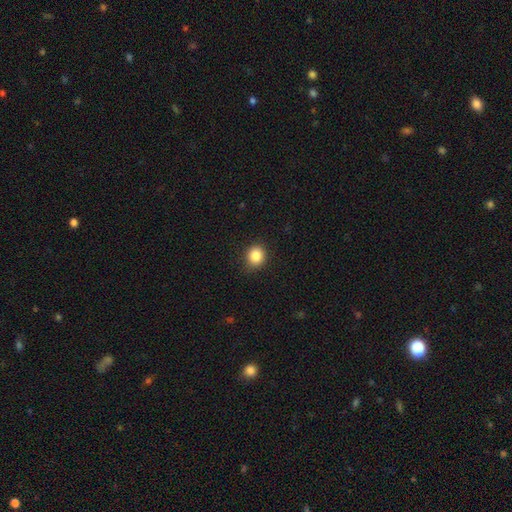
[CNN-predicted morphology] A smooth galaxy with no disk features (86%) that is round (78%). Merging: none (87%).